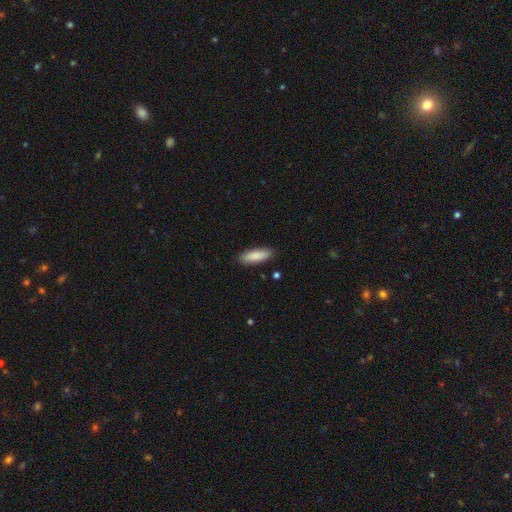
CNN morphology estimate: smooth 87%, featured or disk 8%, star or artifact 6%. Down the decision tree: how rounded — in between (52%); merging — none (88%).